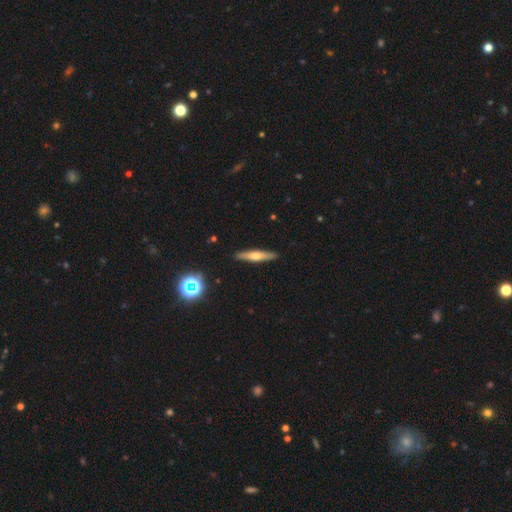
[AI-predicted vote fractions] A featured or disk galaxy (48%).

Vote fractions:
- Smooth or featured? featured or disk: 48% / smooth: 45% / star or artifact: 7%
- Merging? none: 91% / minor disturbance: 7% / major disturbance: 1% / merger: 1%